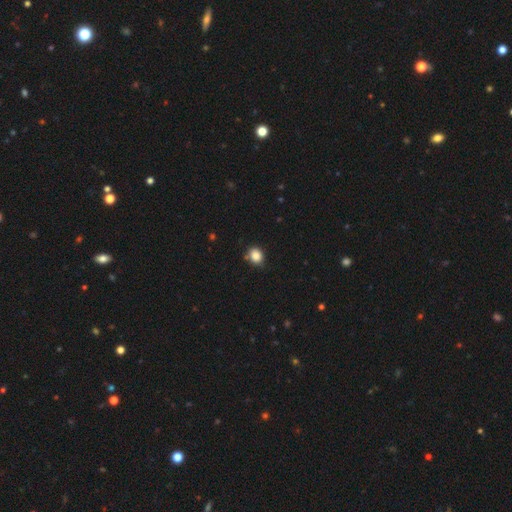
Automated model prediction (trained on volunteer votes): This appears to be a smooth galaxy with no disk features (86%) that is round (63%). Merging: none (74%).